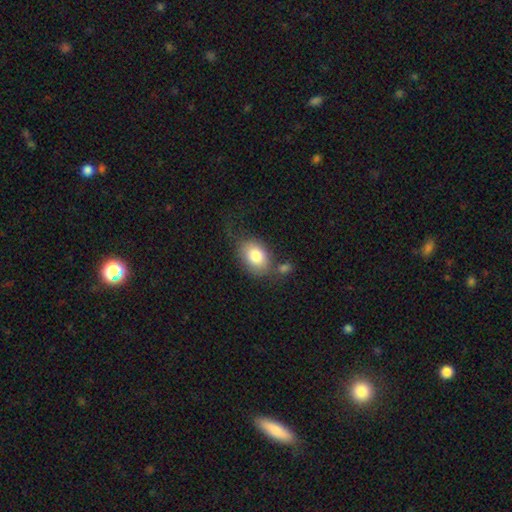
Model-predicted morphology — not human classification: smooth_or_featured: smooth (p=0.81) [alt: featured or disk p=0.12]
how_rounded: in between (p=0.76) [alt: round p=0.23]
merging: none (p=0.55) [alt: minor disturbance p=0.21]